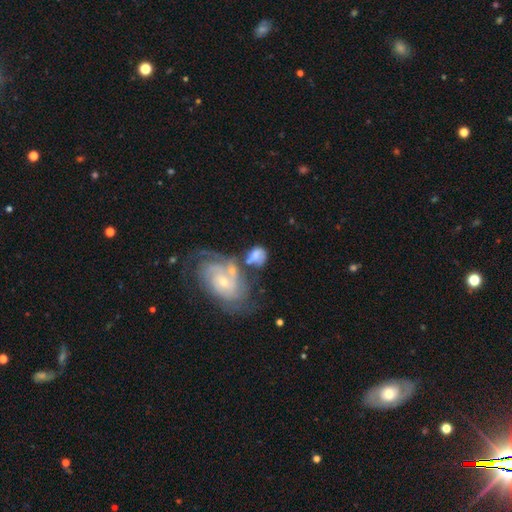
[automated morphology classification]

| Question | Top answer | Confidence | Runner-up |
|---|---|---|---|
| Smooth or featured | featured or disk | 53% | smooth (39%) |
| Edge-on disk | no | 96% | yes (4%) |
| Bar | no | 63% | weak (29%) |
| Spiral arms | yes | 77% | no (23%) |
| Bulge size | small | 46% | moderate (41%) |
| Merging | merger | 44% | none (29%) |